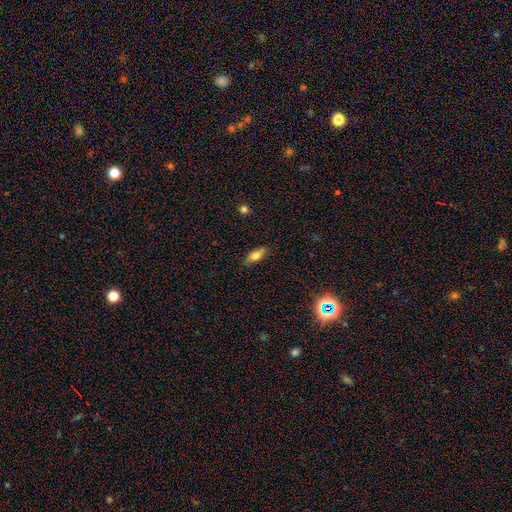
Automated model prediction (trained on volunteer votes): Morphology: type=smooth (67%); roundness=in between (70%); merging=none (79%).